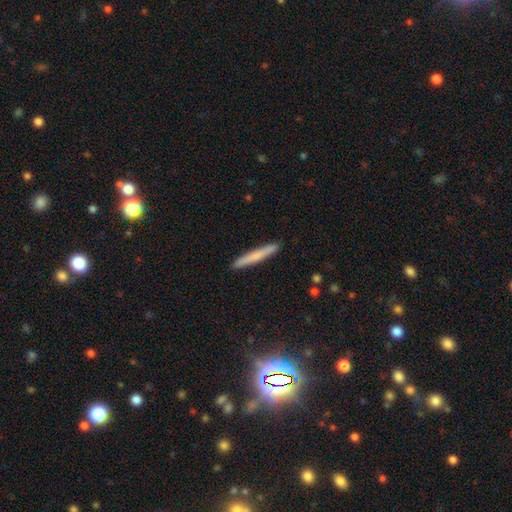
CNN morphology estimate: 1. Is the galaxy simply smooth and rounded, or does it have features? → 65% smooth, 29% featured or disk, 6% star or artifact.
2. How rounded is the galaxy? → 96% cigar-shaped, 2% in between, 1% round.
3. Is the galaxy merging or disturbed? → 92% none, 6% minor disturbance, 1% major disturbance, 1% merger.